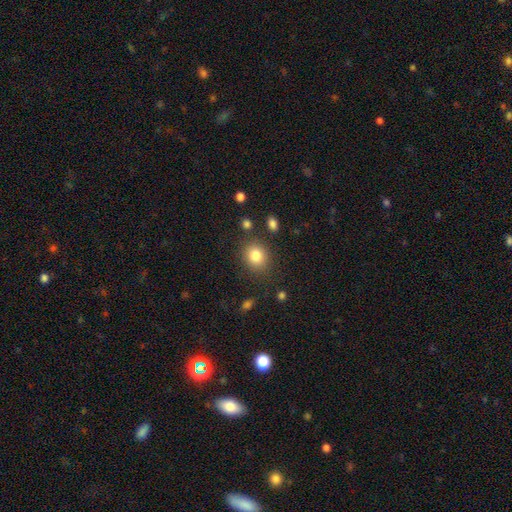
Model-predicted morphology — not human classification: Smooth or featured? Predicted: smooth (p=0.83). How rounded? Predicted: round (p=0.70). Merging? Predicted: none (p=0.82).